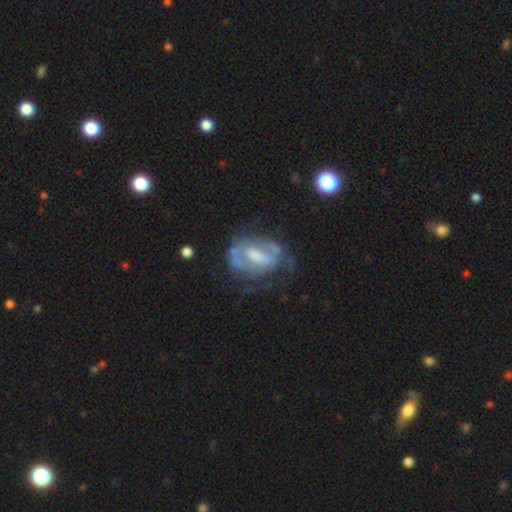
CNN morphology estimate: Q: Smooth or featured?
A: featured or disk (74%); runner-up: smooth (18%)
Q: Edge-on disk?
A: no (94%); runner-up: yes (6%)
Q: Bar?
A: weak (42%); runner-up: strong (34%)
Q: Spiral arms?
A: yes (64%); runner-up: no (36%)
Q: Bulge size?
A: moderate (44%); runner-up: small (32%)
Q: Merging?
A: none (52%); runner-up: minor disturbance (24%)